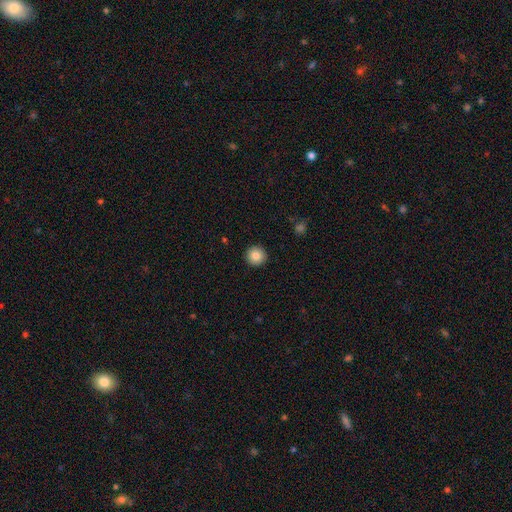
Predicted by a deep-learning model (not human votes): smooth-or-featured: smooth: 84% | star or artifact: 9% | featured or disk: 6%
  how-rounded: round: 95% | in between: 4% | cigar-shaped: 1%
  merging: none: 93% | minor disturbance: 5% | major disturbance: 2% | merger: 1%